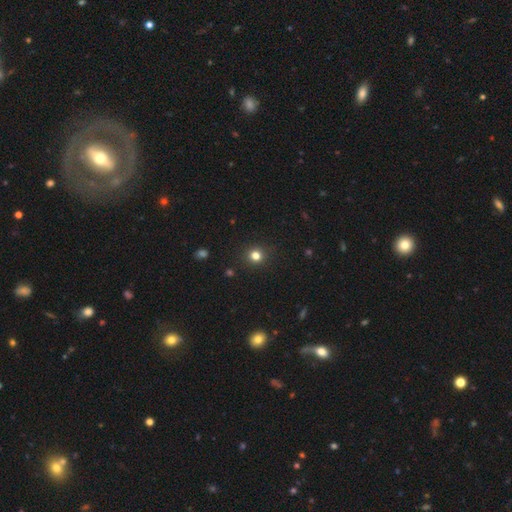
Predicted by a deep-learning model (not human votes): Morphology: type=smooth (79%); roundness=round (91%); merging=none (91%).